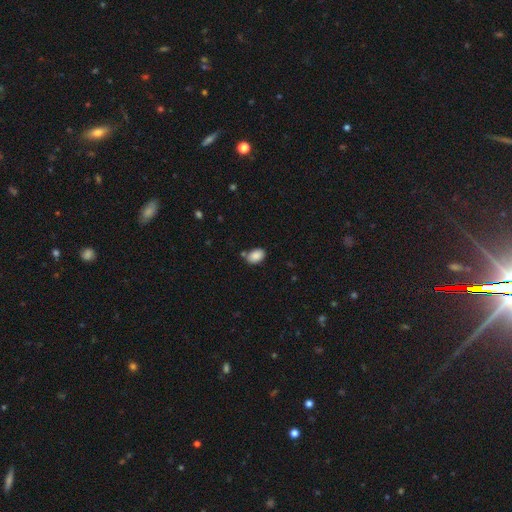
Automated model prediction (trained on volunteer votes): Smooth or featured? smooth (87%)
How rounded? in between (85%)
Merging? none (72%)